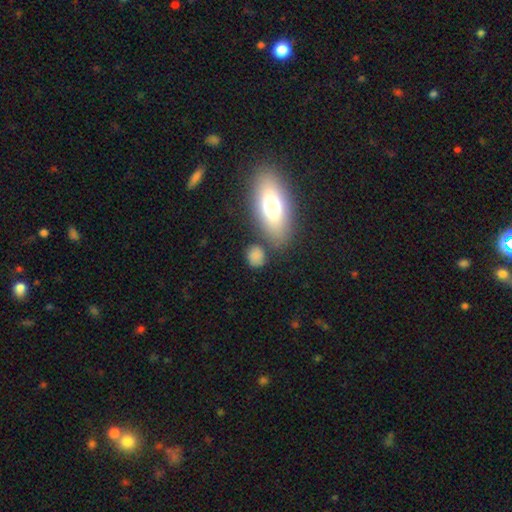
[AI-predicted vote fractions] Smooth or featured? smooth (78%)
How rounded? round (61%)
Merging? none (68%)